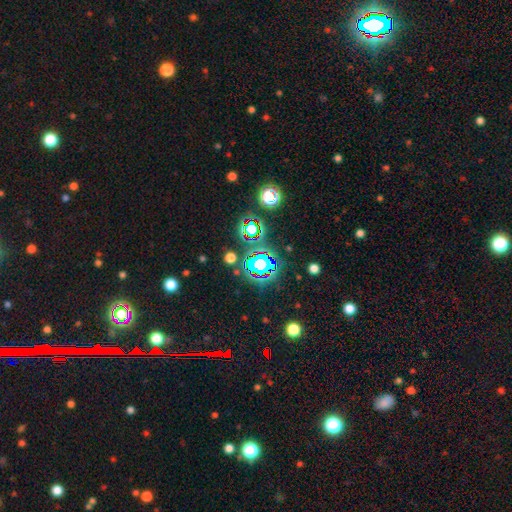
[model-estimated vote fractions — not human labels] Smooth or featured: star or artifact — 71% (smooth — 18%)